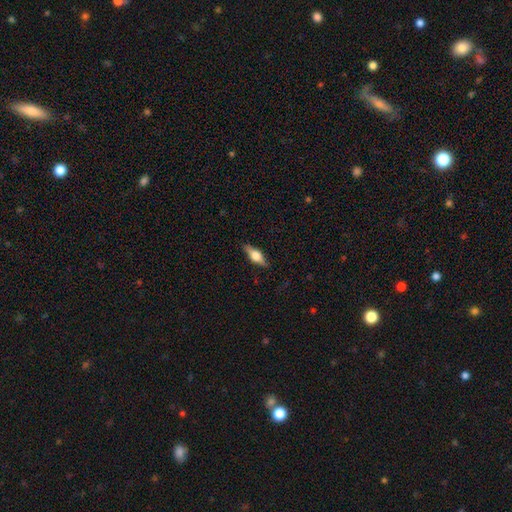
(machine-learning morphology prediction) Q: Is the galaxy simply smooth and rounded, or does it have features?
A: featured or disk — 55%.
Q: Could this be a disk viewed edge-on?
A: yes — 95%.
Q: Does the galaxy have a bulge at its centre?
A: rounded — 92%.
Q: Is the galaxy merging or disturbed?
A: none — 87%.